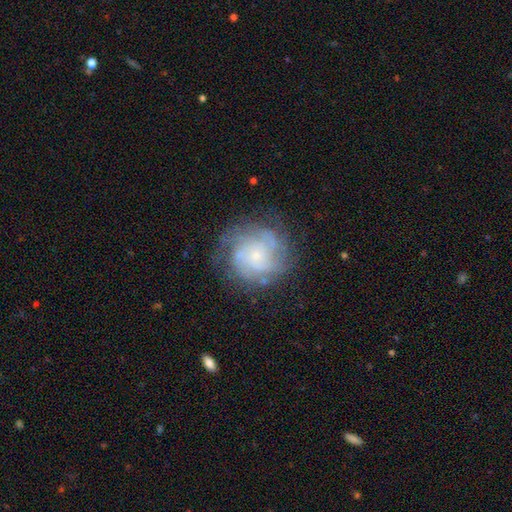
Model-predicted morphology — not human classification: Smooth or featured: featured or disk — 74% (smooth — 18%)
Edge-on disk: no — 98% (yes — 2%)
Bar: no — 78% (weak — 19%)
Spiral arms: yes — 91% (no — 9%)
Spiral winding: tight — 61% (medium — 30%)
Spiral arm count: can't tell — 39% (4 — 20%)
Bulge size: small — 71% (moderate — 19%)
Merging: none — 73% (minor disturbance — 16%)